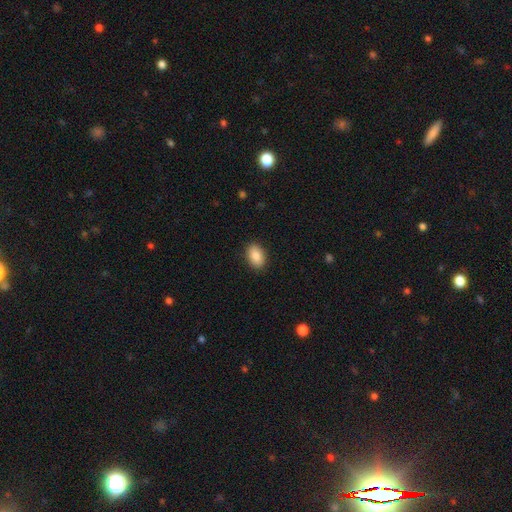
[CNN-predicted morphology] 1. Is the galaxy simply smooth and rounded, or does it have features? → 87% smooth, 7% star or artifact, 6% featured or disk.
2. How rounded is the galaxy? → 86% in between, 12% round, 1% cigar-shaped.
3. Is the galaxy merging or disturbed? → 89% none, 8% minor disturbance, 2% major disturbance, 1% merger.